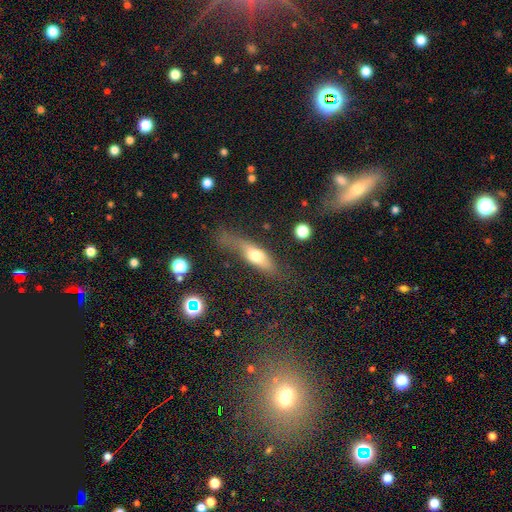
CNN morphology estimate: A smooth galaxy with no disk features (59%) that is in between round and cigar-shaped (53%). Merging: none (40%).